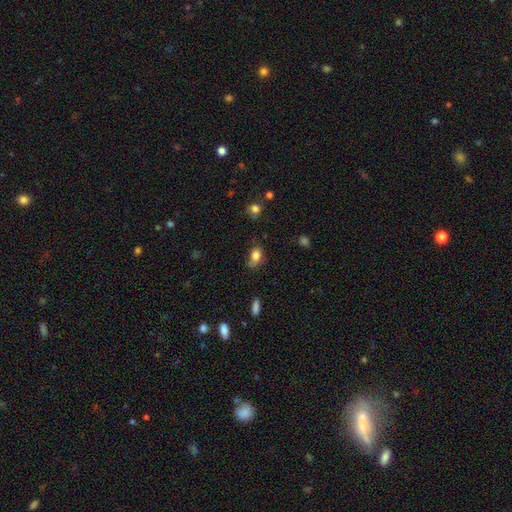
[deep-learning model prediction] A smooth galaxy with no disk features (73%) that is in between round and cigar-shaped (84%).

Vote fractions:
- Smooth or featured? smooth: 73% / featured or disk: 18% / star or artifact: 9%
- How rounded? in between: 84% / round: 13% / cigar-shaped: 3%
- Merging? none: 52% / minor disturbance: 30% / major disturbance: 16% / merger: 2%